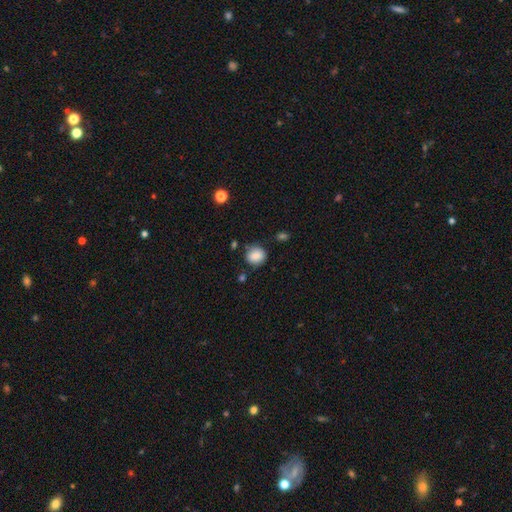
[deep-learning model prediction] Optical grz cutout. It shows a smooth galaxy with no disk features (85%) that is round (76%). Merging: none (75%).